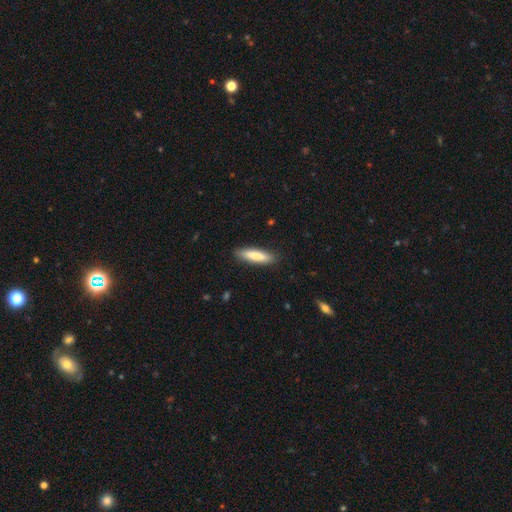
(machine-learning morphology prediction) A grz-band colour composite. It shows a smooth galaxy with no disk features (80%) that is cigar-shaped (76%). Merging: none (88%).